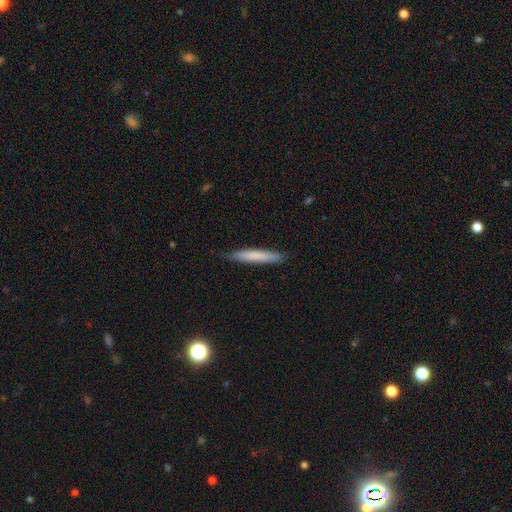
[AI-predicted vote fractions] A smooth galaxy with no disk features (73%) that is cigar-shaped (94%).

Vote fractions:
- Smooth or featured? smooth: 73% / featured or disk: 21% / star or artifact: 6%
- How rounded? cigar-shaped: 94% / in between: 5% / round: 1%
- Merging? none: 84% / minor disturbance: 13% / major disturbance: 2% / merger: 1%